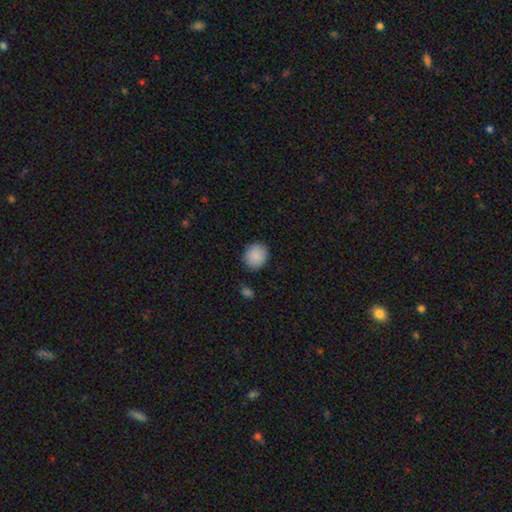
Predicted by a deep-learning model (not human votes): A smooth galaxy with no disk features (88%) that is round (85%). Merging: none (87%).